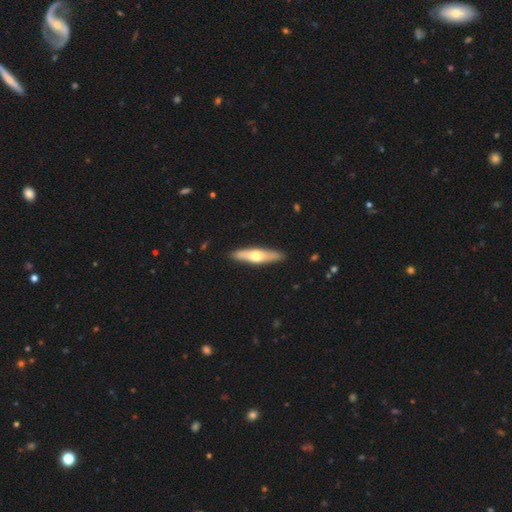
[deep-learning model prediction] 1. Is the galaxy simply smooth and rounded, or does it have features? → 48% featured or disk, 47% smooth, 5% star or artifact.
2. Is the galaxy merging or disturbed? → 90% none, 8% minor disturbance, 2% major disturbance, 1% merger.